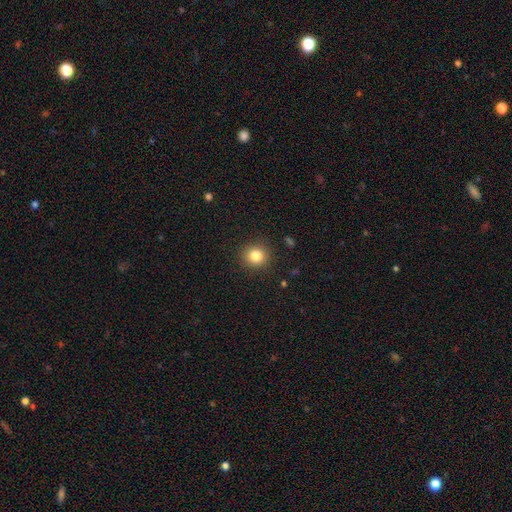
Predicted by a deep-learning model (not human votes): Morphology: type=smooth (83%); roundness=round (89%); merging=none (90%).